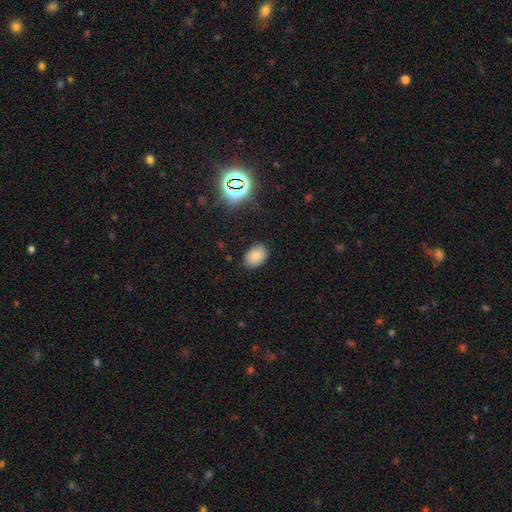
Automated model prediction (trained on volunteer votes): Q: Smooth or featured?
A: smooth (79%); runner-up: star or artifact (13%)
Q: How rounded?
A: in between (80%); runner-up: round (19%)
Q: Merging?
A: none (84%); runner-up: minor disturbance (12%)